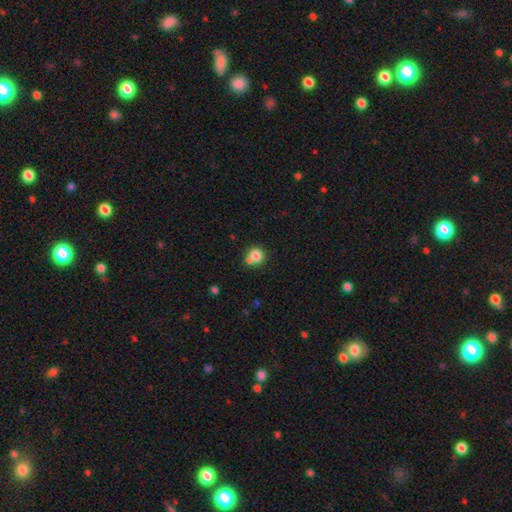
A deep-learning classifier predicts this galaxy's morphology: smooth-or-featured: smooth: 79% | star or artifact: 11% | featured or disk: 10%
  how-rounded: round: 85% | in between: 14% | cigar-shaped: 1%
  merging: none: 54% | merger: 32% | minor disturbance: 10% | major disturbance: 4%